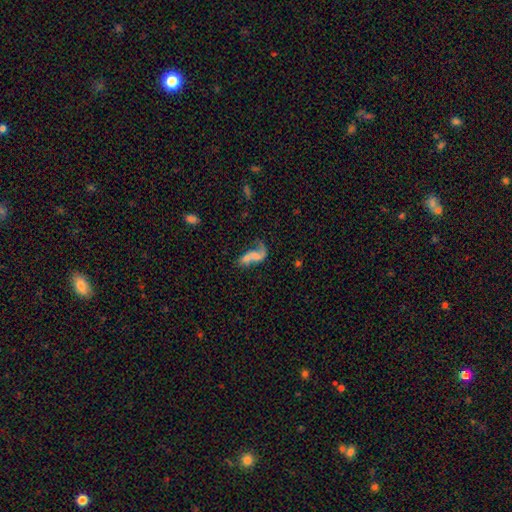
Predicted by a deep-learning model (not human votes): Smooth or featured? Predicted: featured or disk (p=0.55). Edge-on disk? Predicted: no (p=0.95). Bar? Predicted: no (p=0.64). Spiral arms? Predicted: yes (p=0.65). Bulge size? Predicted: none (p=0.54). Merging? Predicted: major disturbance (p=0.30).